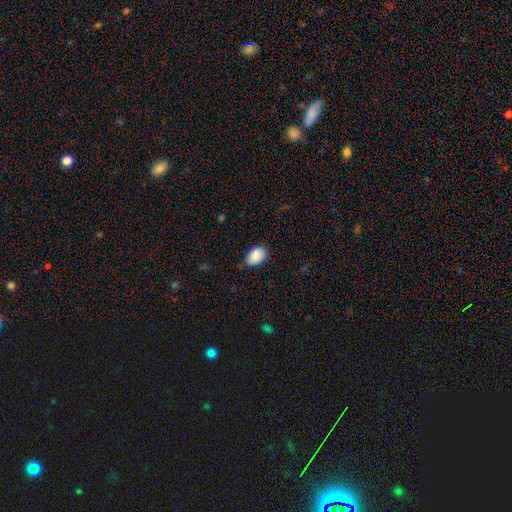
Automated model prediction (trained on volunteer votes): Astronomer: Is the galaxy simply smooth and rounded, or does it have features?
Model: smooth — 88%.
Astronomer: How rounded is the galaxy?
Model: in between — 89%.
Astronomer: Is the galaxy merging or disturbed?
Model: none — 76%.